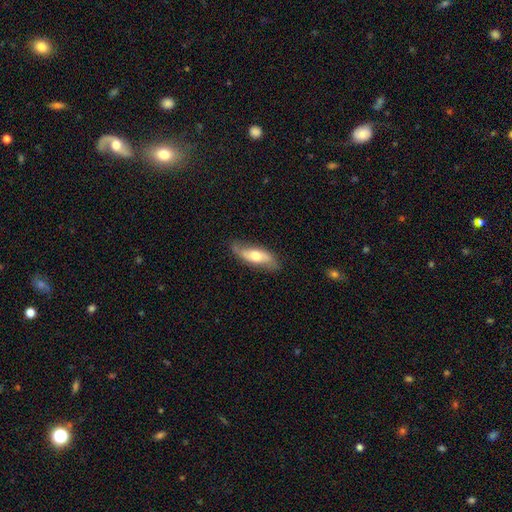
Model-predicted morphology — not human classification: smooth_or_featured: smooth (p=0.49) [alt: featured or disk p=0.46]
merging: none (p=0.75) [alt: minor disturbance p=0.20]